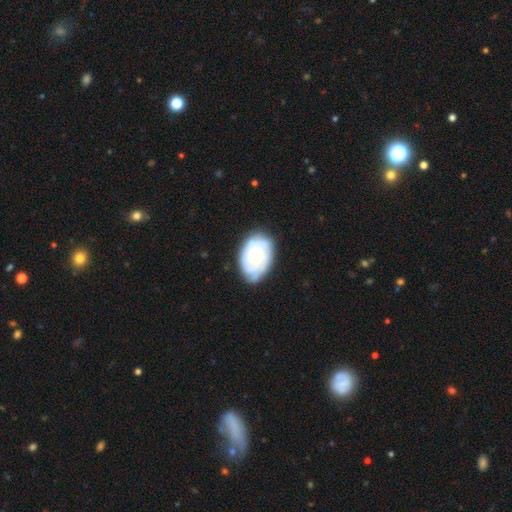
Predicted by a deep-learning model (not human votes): Smooth or featured?
  - featured or disk: 67% *
  - smooth: 28%
  - star or artifact: 5%
Edge-on disk?
  - no: 97% *
  - yes: 3%
Bar?
  - no: 77% *
  - weak: 20%
  - strong: 3%
Spiral arms?
  - yes: 83% *
  - no: 17%
Spiral winding?
  - tight: 69% *
  - medium: 24%
  - loose: 7%
Spiral arm count?
  - can't tell: 45% *
  - 2: 26%
  - 3: 15%
  - 1: 6%
  - 4: 5%
  - more than 4: 3%
Bulge size?
  - moderate: 56% *
  - small: 36%
  - large: 6%
  - none: 2%
  - dominant: 1%
Merging?
  - none: 70% *
  - minor disturbance: 23%
  - major disturbance: 6%
  - merger: 1%